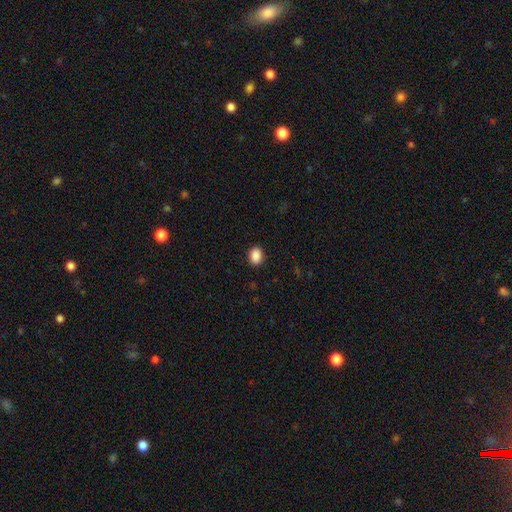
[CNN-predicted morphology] Smooth or featured?
  - smooth: 89% *
  - star or artifact: 8%
  - featured or disk: 2%
How rounded?
  - in between: 69% *
  - round: 30%
  - cigar-shaped: 1%
Merging?
  - none: 90% *
  - minor disturbance: 7%
  - major disturbance: 2%
  - merger: 1%